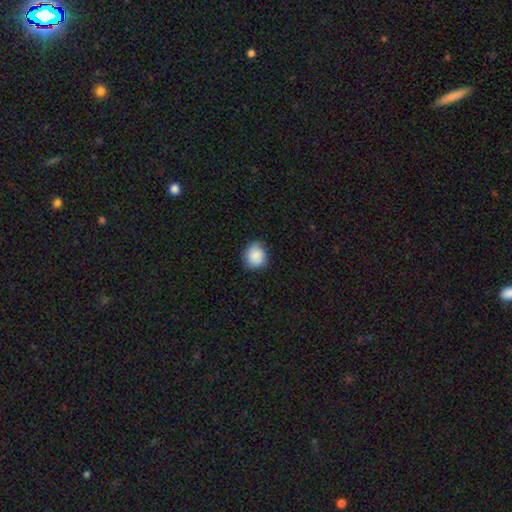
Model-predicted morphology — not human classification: Q: Smooth or featured?
A: smooth (85%); runner-up: star or artifact (8%)
Q: How rounded?
A: round (83%); runner-up: in between (16%)
Q: Merging?
A: none (78%); runner-up: minor disturbance (18%)